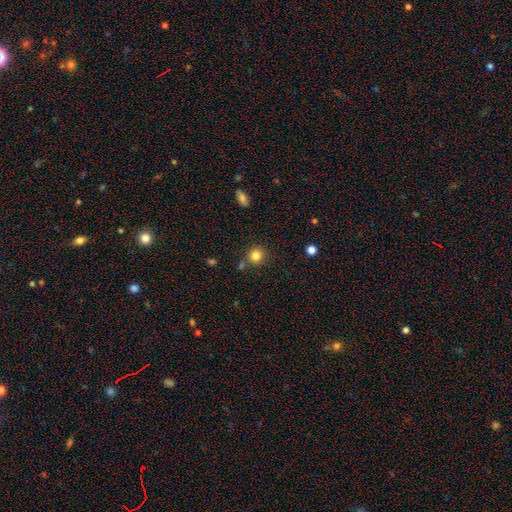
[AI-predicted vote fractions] Smooth or featured: smooth — 83% (star or artifact — 11%)
How rounded: round — 90% (in between — 9%)
Merging: none — 80% (merger — 9%)